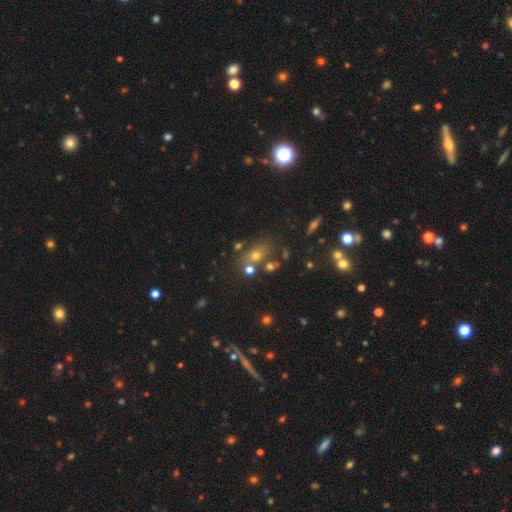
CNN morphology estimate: This is possibly a smooth galaxy (54%). How rounded: possibly in between (51%). Merging: likely none (61%).